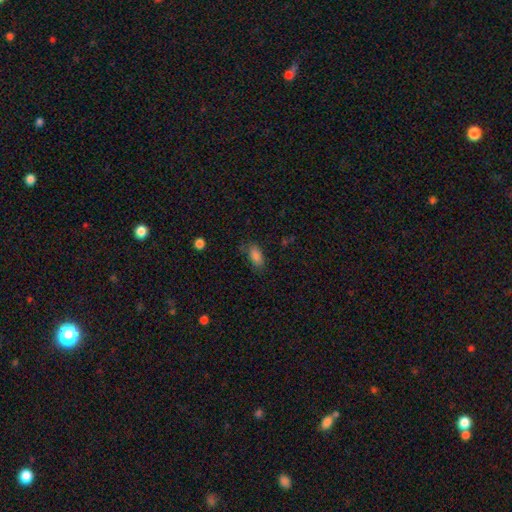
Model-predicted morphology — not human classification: smooth_or_featured: smooth (p=0.85) [alt: star or artifact p=0.10]
how_rounded: in between (p=0.89) [alt: cigar-shaped p=0.07]
merging: none (p=0.72) [alt: minor disturbance p=0.20]